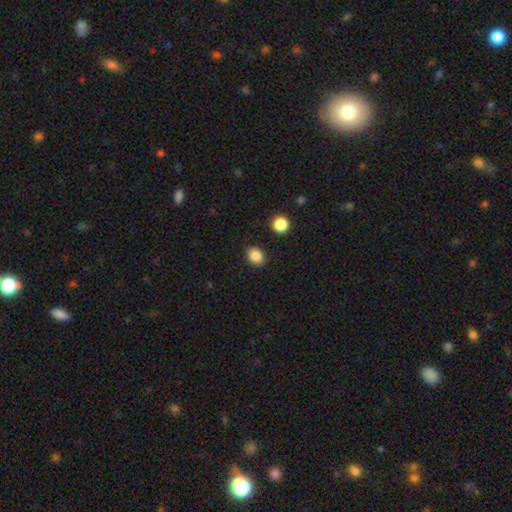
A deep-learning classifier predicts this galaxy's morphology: This is clearly a smooth galaxy (86%). How rounded: possibly in between (54%). Merging: clearly none (88%).